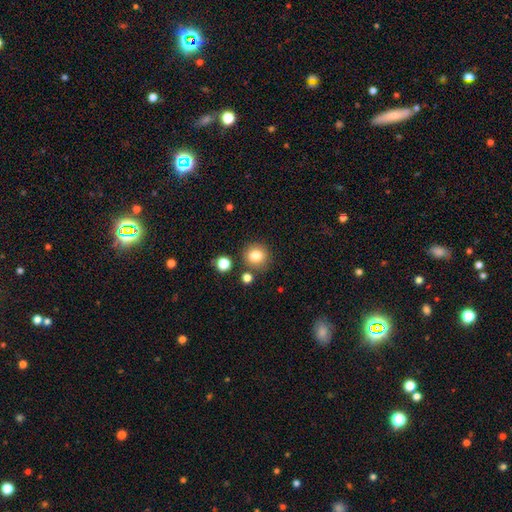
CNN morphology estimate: The model was most divided on "smooth or featured": smooth: 81%, star or artifact: 12%, featured or disk: 7%. More confident: how rounded — round (89%); merging — none (82%).